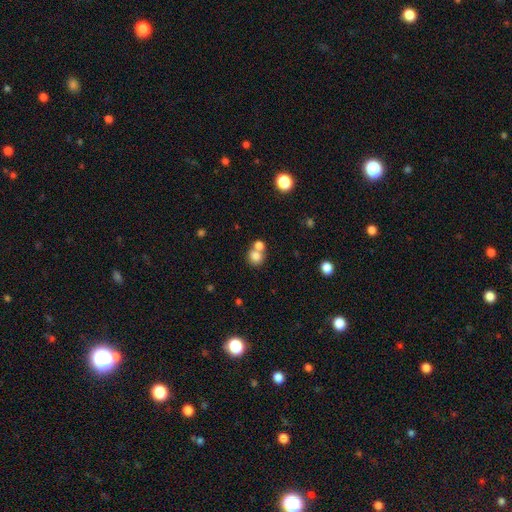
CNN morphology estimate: This appears to be a smooth galaxy with no disk features (78%) that is round (80%). Merging: merger (46%).